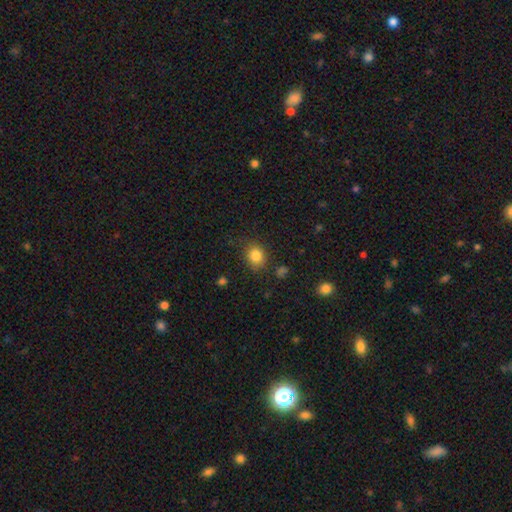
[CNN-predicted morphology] The model was most divided on "how rounded": round: 65%, in between: 34%, cigar-shaped: 1%. More confident: smooth or featured — smooth (83%); merging — none (81%).